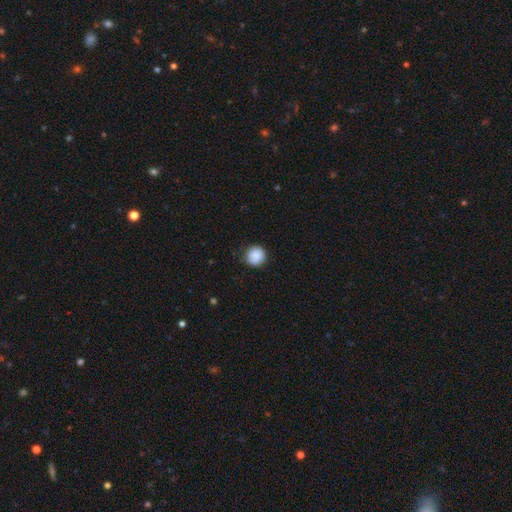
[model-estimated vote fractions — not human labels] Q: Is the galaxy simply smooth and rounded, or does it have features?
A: smooth — 87%.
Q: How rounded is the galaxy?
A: round — 93%.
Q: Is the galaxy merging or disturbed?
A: none — 86%.